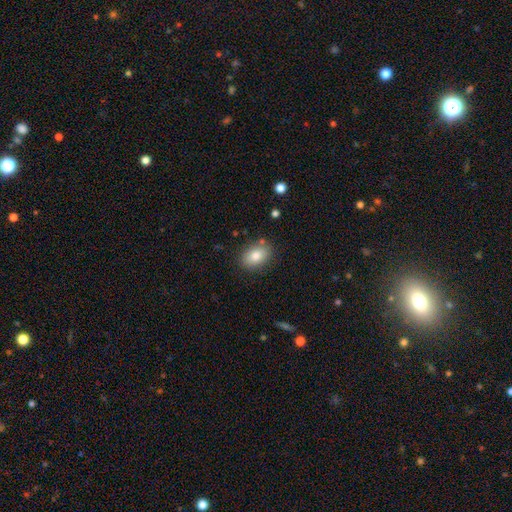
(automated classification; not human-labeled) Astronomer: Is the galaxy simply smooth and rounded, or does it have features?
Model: smooth — 82%.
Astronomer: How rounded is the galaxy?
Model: in between — 82%.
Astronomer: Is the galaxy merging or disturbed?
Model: none — 83%.